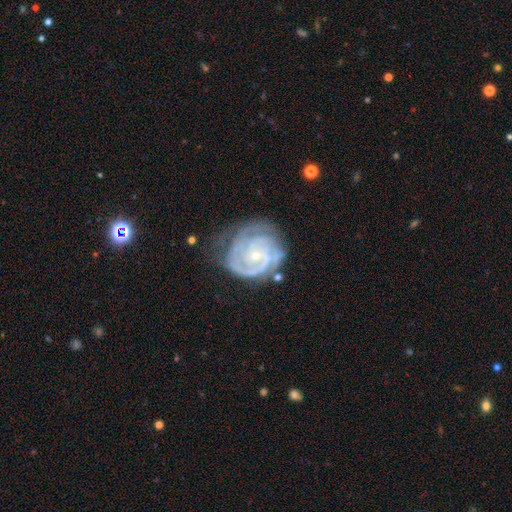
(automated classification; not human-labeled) Overall: featured or disk (88%). Edge-on disk: no (98%). Bar: no (71%). Spiral arms: yes (97%). Spiral arm count: 2 (29%; 3 27%). Spiral winding: tight (74%). Bulge size: small (80%). Merging: none (58%; minor disturbance 26%).